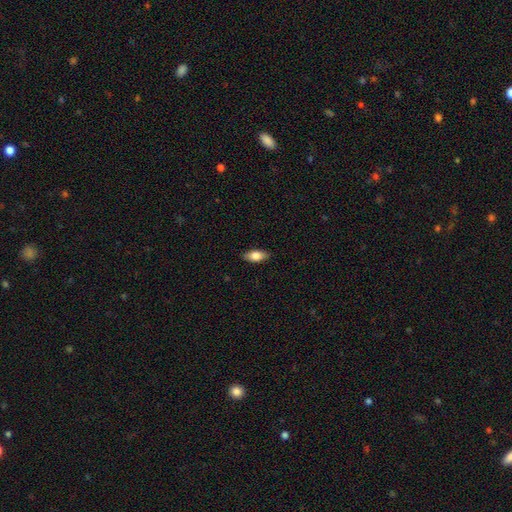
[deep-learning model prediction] Q: Smooth or featured?
A: smooth (79%); runner-up: featured or disk (14%)
Q: How rounded?
A: in between (88%); runner-up: cigar-shaped (9%)
Q: Merging?
A: none (88%); runner-up: minor disturbance (10%)